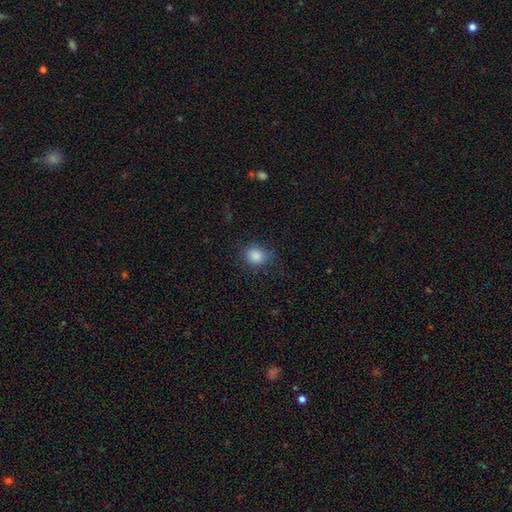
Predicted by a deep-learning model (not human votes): Smooth or featured?
  - smooth: 85% *
  - star or artifact: 10%
  - featured or disk: 5%
How rounded?
  - round: 68% *
  - in between: 31%
  - cigar-shaped: 1%
Merging?
  - none: 78% *
  - minor disturbance: 16%
  - major disturbance: 5%
  - merger: 1%